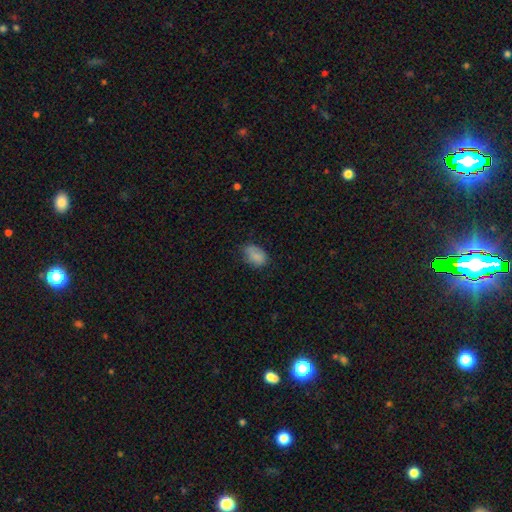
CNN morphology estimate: smooth 83%, star or artifact 9%, featured or disk 8%. Down the decision tree: how rounded — in between (83%); merging — none (58%).